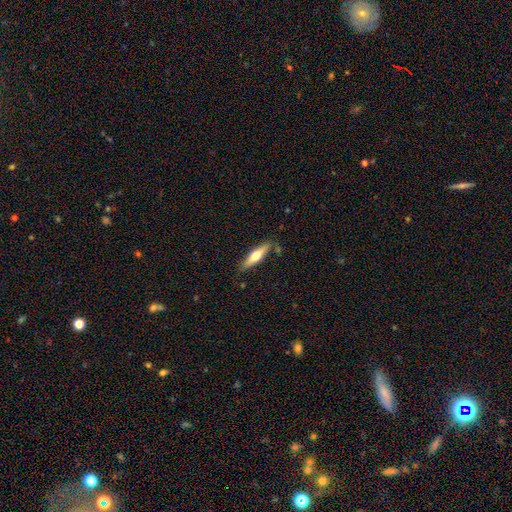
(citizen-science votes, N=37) Morphology: type=featured or disk (68%); edge-on=yes (96%); edge-on bulge=rounded (92%); merging=none (83%).